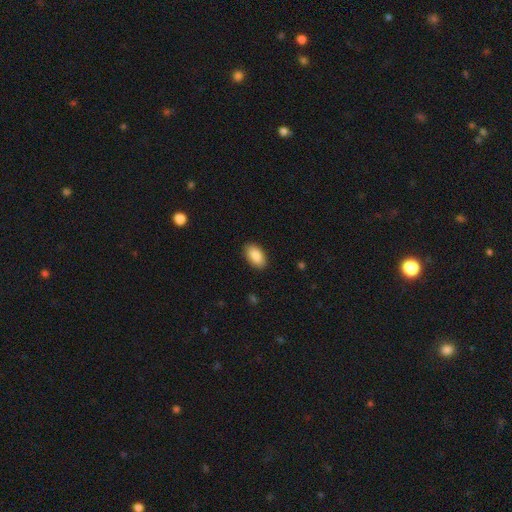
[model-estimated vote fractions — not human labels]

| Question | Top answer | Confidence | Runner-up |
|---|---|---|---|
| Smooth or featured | smooth | 89% | star or artifact (6%) |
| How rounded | in between | 94% | round (4%) |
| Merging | none | 89% | minor disturbance (8%) |